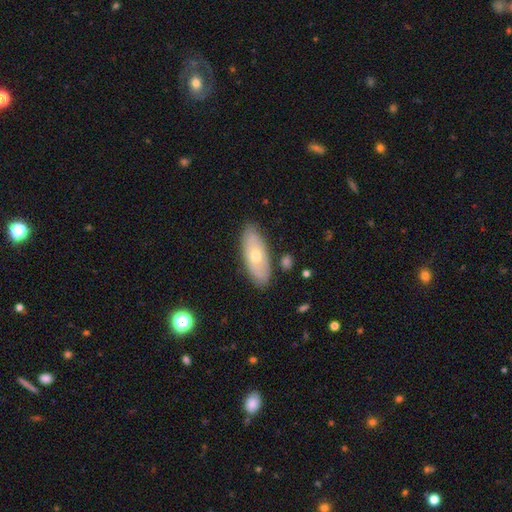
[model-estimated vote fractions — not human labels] Q: Smooth or featured?
A: smooth (54%); runner-up: featured or disk (39%)
Q: How rounded?
A: in between (79%); runner-up: cigar-shaped (18%)
Q: Merging?
A: none (84%); runner-up: minor disturbance (11%)